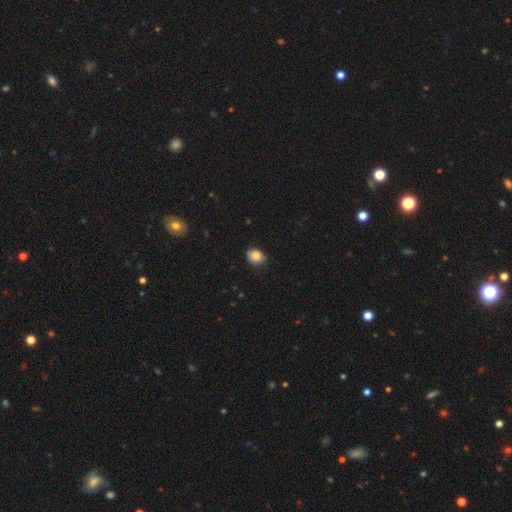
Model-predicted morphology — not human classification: smooth-or-featured: smooth: 81% | star or artifact: 9% | featured or disk: 9%
  how-rounded: round: 54% | in between: 45% | cigar-shaped: 1%
  merging: none: 73% | minor disturbance: 22% | major disturbance: 4% | merger: 1%